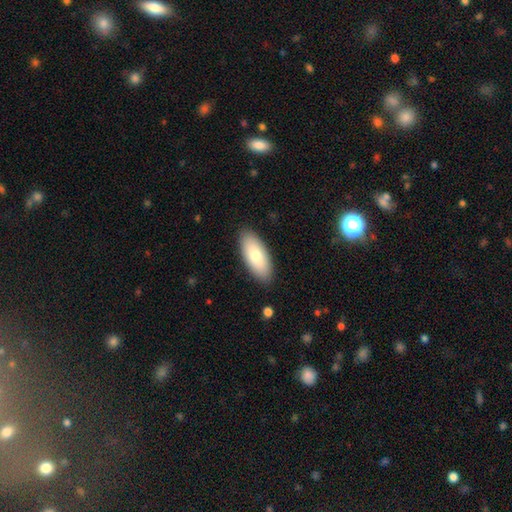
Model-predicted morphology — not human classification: This appears to be a smooth galaxy with no disk features (77%) that is in between round and cigar-shaped (86%). Merging: none (88%).